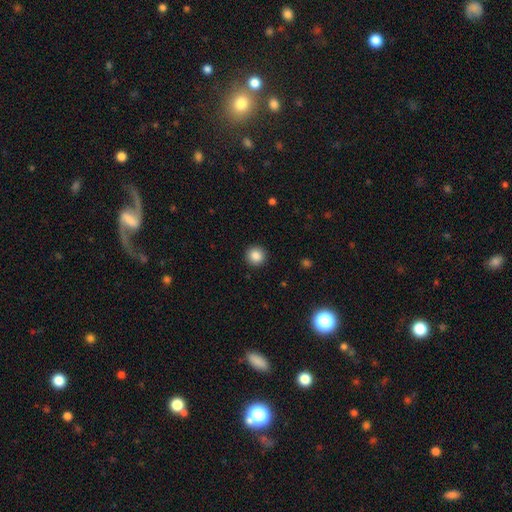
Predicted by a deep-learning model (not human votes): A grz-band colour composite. It shows a smooth galaxy with no disk features (86%) that is round (93%). Merging: none (92%).